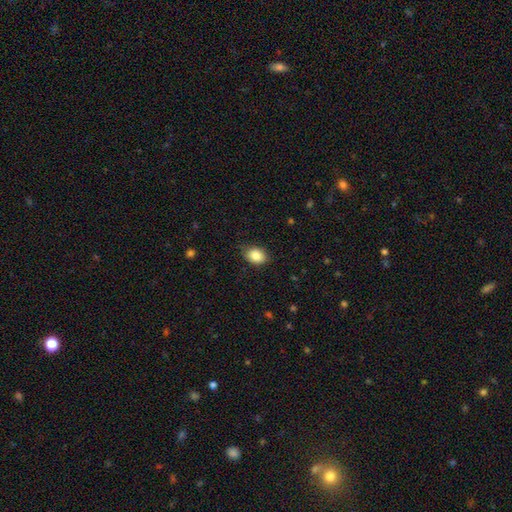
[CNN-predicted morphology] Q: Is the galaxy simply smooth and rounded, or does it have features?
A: smooth — 85%.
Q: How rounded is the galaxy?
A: in between — 68%.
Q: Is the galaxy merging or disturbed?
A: none — 75%.